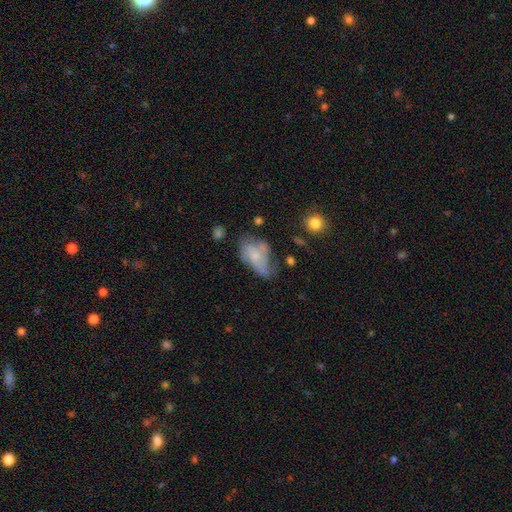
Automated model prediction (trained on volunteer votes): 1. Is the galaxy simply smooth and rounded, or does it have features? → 47% smooth, 43% featured or disk, 9% star or artifact.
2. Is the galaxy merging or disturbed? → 33% none, 32% minor disturbance, 29% major disturbance, 6% merger.